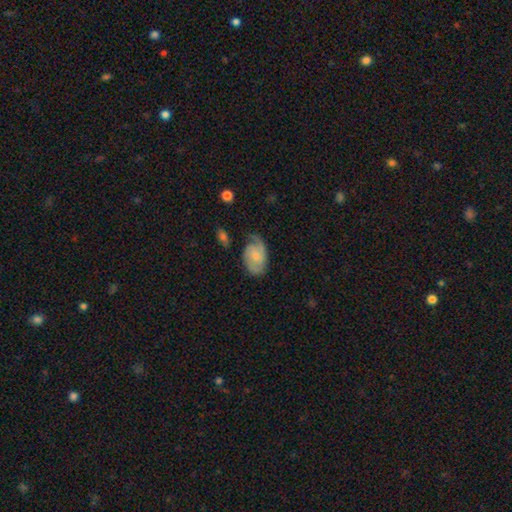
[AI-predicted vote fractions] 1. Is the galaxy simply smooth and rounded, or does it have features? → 63% featured or disk, 31% smooth, 6% star or artifact.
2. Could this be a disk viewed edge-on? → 96% no, 4% yes.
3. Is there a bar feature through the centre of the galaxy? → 64% no, 32% weak, 5% strong.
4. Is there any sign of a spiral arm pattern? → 91% yes, 9% no.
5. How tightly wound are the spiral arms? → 42% medium, 38% tight, 20% loose.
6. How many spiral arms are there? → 65% 2, 14% can't tell, 14% 1, 4% 3, 1% 4, 1% more than 4.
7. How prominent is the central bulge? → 62% small, 26% moderate, 9% none, 2% large, 1% dominant.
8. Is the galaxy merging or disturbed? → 58% none, 27% minor disturbance, 12% major disturbance, 3% merger.